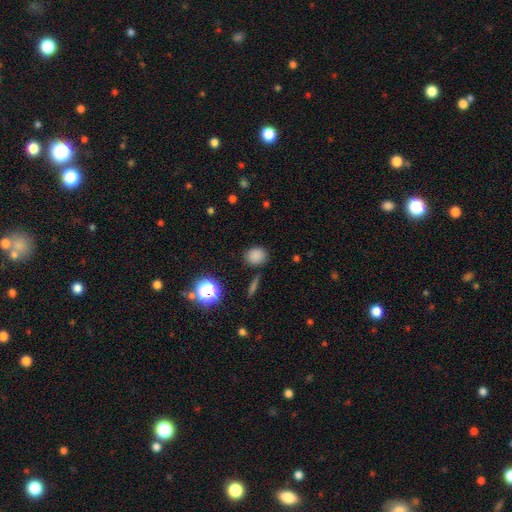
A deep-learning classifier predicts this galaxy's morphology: The model was most divided on "how rounded": round: 72%, in between: 26%, cigar-shaped: 1%. More confident: merging — none (82%); smooth or featured — smooth (80%).